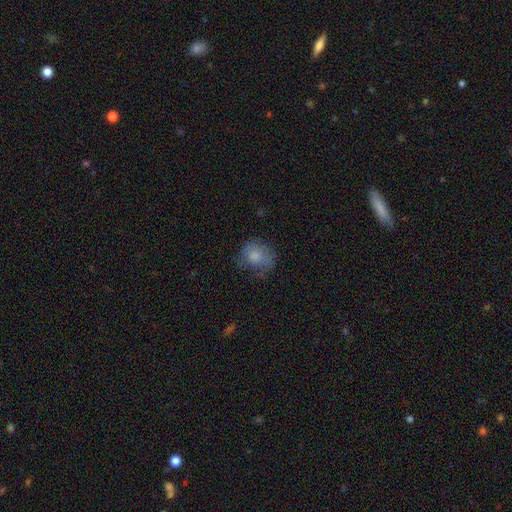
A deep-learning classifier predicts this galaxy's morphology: Q: Smooth or featured?
A: smooth (79%); runner-up: featured or disk (12%)
Q: How rounded?
A: round (65%); runner-up: in between (34%)
Q: Merging?
A: none (58%); runner-up: minor disturbance (28%)